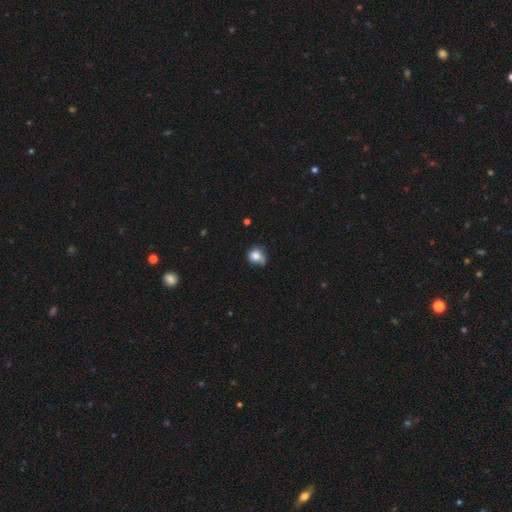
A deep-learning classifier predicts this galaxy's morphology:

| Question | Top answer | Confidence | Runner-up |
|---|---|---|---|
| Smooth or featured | smooth | 78% | featured or disk (11%) |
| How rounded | round | 71% | in between (28%) |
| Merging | none | 48% | minor disturbance (38%) |